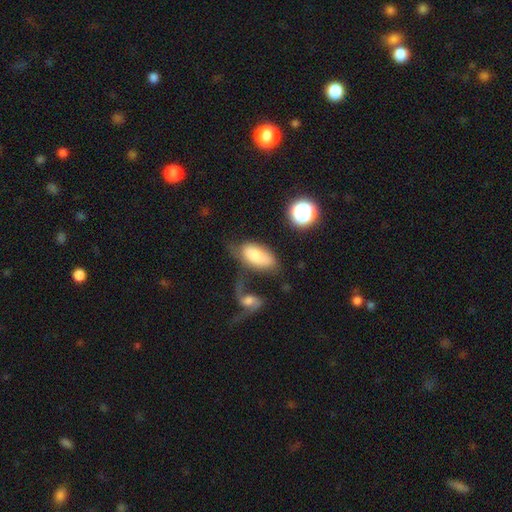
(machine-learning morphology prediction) Smooth or featured? Predicted: smooth (p=0.73). How rounded? Predicted: in between (p=0.91). Merging? Predicted: none (p=0.31).